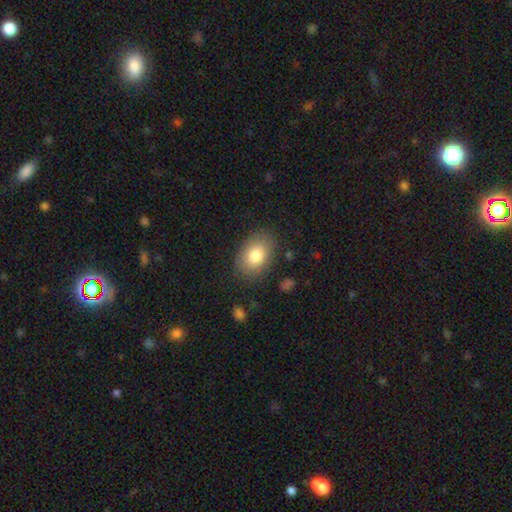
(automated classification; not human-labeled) Morphology: type=smooth (80%); roundness=in between (81%); merging=none (82%).